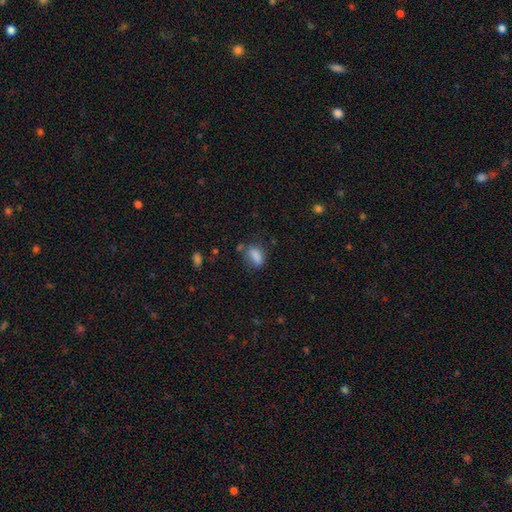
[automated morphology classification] Overall: smooth (83%). How rounded: in between (81%). Merging: none (59%; minor disturbance 25%).